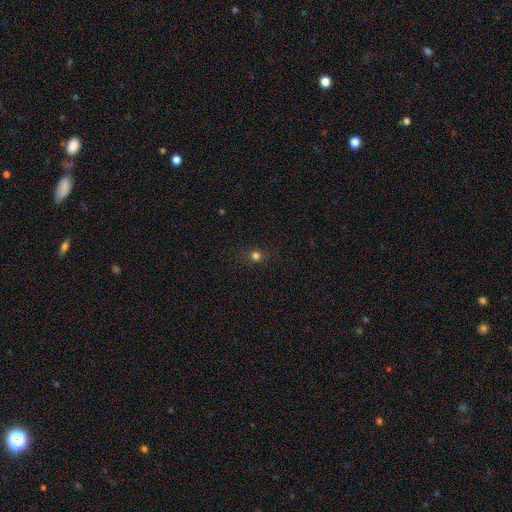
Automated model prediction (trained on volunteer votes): Smooth or featured?
  - smooth: 74% *
  - star or artifact: 20%
  - featured or disk: 6%
How rounded?
  - round: 85% *
  - in between: 14%
  - cigar-shaped: 1%
Merging?
  - none: 87% *
  - minor disturbance: 9%
  - major disturbance: 3%
  - merger: 1%